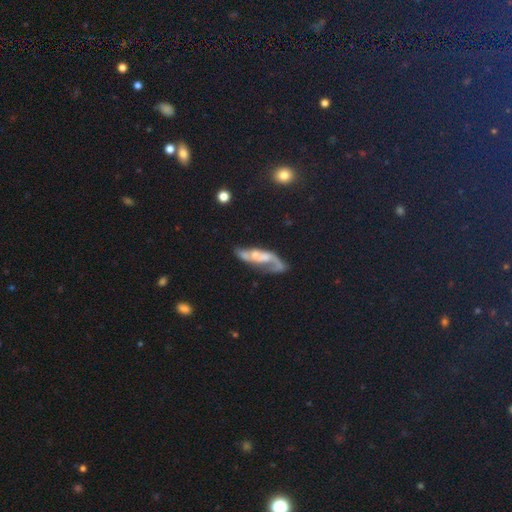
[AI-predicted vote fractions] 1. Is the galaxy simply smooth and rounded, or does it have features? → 72% featured or disk, 16% smooth, 12% star or artifact.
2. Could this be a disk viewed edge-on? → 85% no, 15% yes.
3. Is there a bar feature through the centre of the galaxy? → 54% no, 34% weak, 12% strong.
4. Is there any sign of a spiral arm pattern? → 85% yes, 15% no.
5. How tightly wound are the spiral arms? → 45% loose, 39% medium, 16% tight.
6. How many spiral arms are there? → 71% 2, 17% 1, 8% can't tell, 2% 3, 1% 4, 1% more than 4.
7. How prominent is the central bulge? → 45% small, 33% moderate, 14% none, 6% large, 2% dominant.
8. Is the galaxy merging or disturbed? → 46% none, 22% major disturbance, 20% minor disturbance, 13% merger.